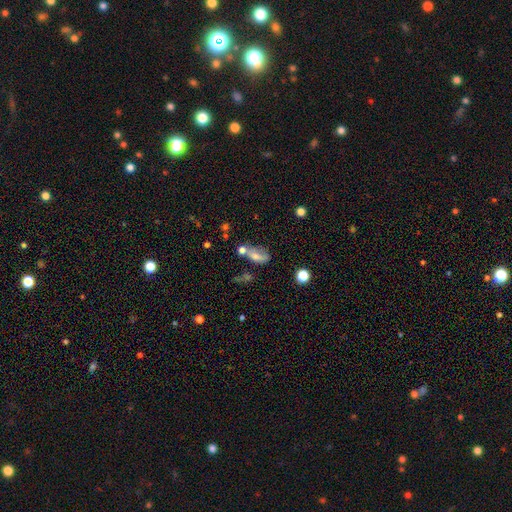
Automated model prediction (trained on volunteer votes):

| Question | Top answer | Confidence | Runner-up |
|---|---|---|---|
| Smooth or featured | smooth | 64% | featured or disk (24%) |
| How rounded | in between | 77% | cigar-shaped (14%) |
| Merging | none | 35% | merger (30%) |